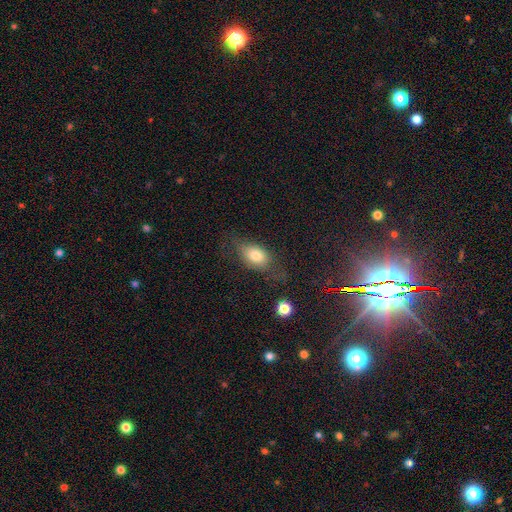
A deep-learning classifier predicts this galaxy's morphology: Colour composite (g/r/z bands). It shows a smooth galaxy with no disk features (74%) that is in between round and cigar-shaped (80%). Merging: none (56%).